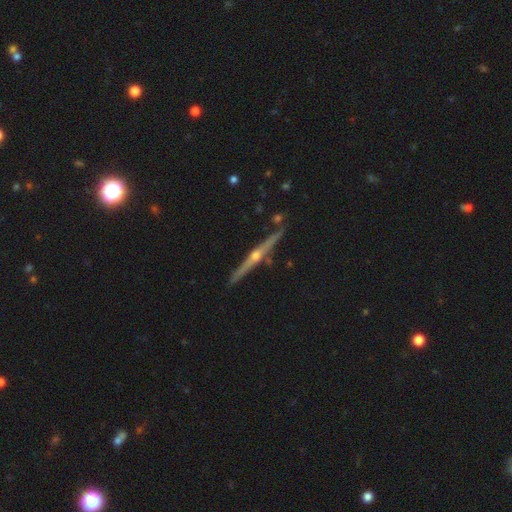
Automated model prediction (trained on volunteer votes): This appears to be a featured or disk galaxy (87%) viewed edge-on (98%) with a rounded central bulge (91%). Merging: none (90%).